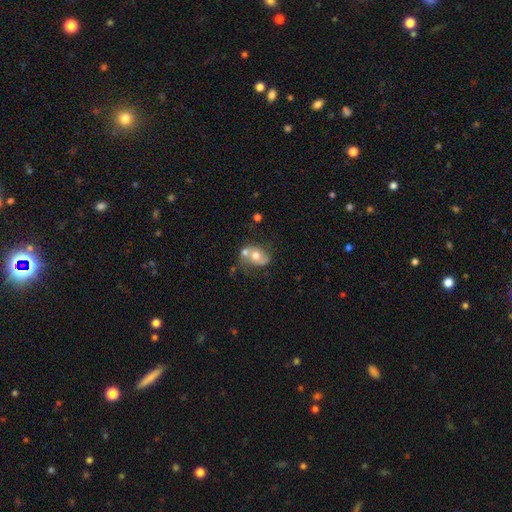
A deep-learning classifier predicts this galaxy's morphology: Smooth or featured? smooth (46%)
Merging? merger (42%)